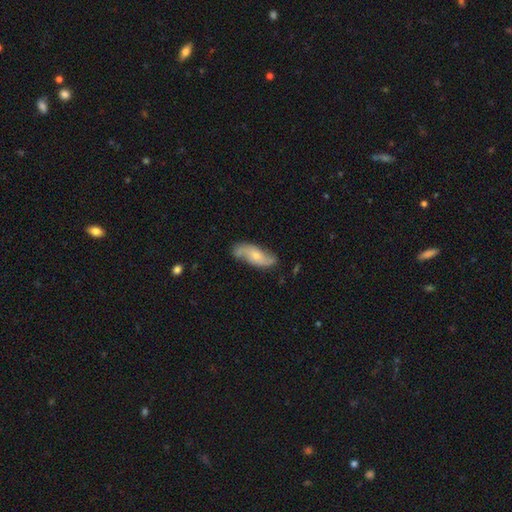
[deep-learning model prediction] A featured or disk galaxy (65%) with no bar (62%), 2 (89%) loose (59%) spiral arms (91%) and a small central bulge (49%). Merging: none (73%).